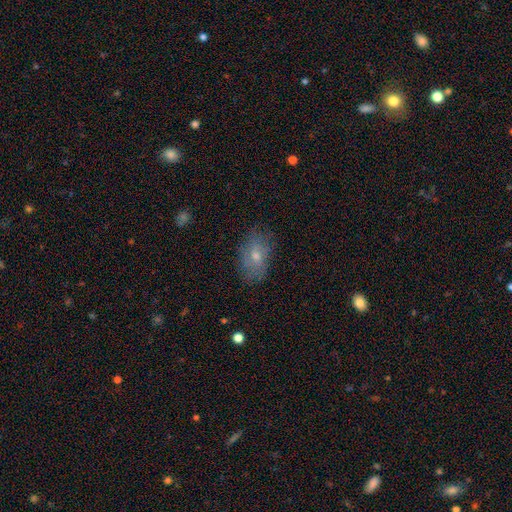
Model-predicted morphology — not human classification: Smooth or featured: smooth — 51% (featured or disk — 36%)
How rounded: in between — 86% (round — 11%)
Merging: none — 76% (minor disturbance — 17%)